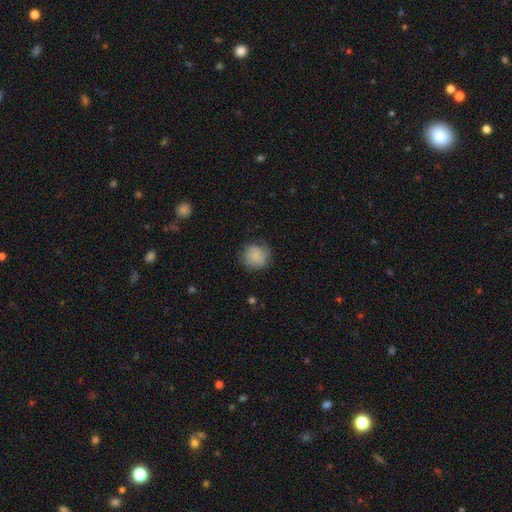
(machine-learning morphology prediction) Smooth or featured? smooth (84%)
How rounded? round (88%)
Merging? none (76%)